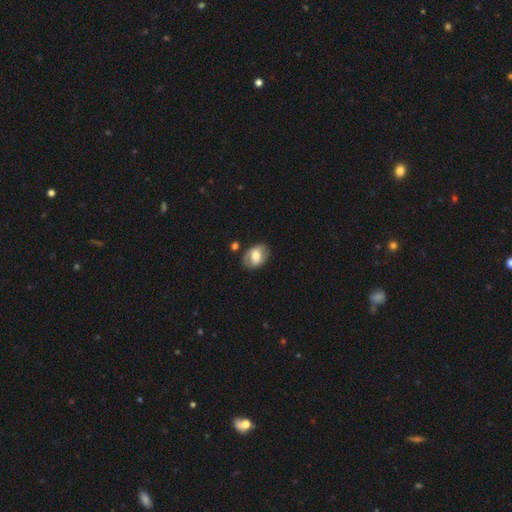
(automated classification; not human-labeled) This appears to be a smooth galaxy with no disk features (50%). Merging: none (77%).